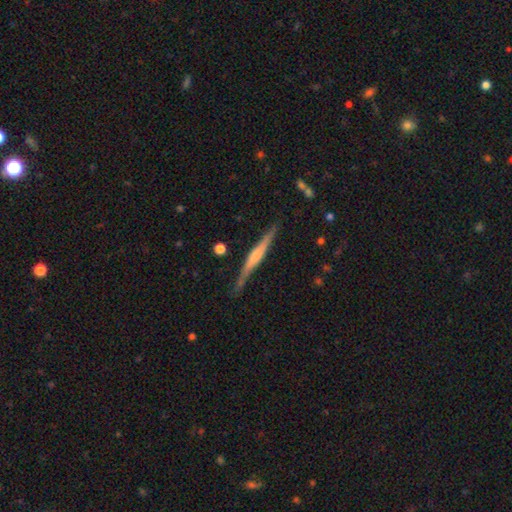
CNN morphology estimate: smooth-or-featured: featured or disk: 66% | smooth: 28% | star or artifact: 6%
  disk-edge-on: yes: 97% | no: 3%
    edge-on-bulge: rounded: 55% | boxy: 23% | none: 22%
  merging: none: 83% | minor disturbance: 13% | major disturbance: 2% | merger: 2%